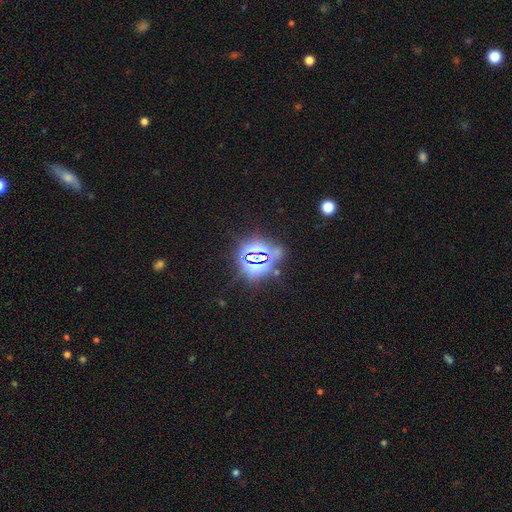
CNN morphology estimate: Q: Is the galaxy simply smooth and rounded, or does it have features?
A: star or artifact — 80%.